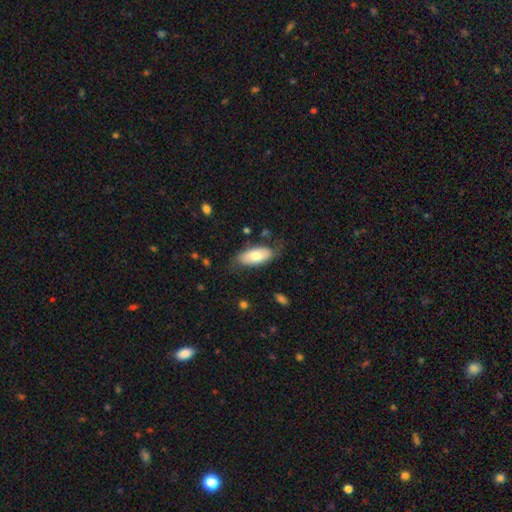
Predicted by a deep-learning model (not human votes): smooth 70%, featured or disk 24%, star or artifact 6%. Down the decision tree: how rounded — in between (89%); merging — none (69%).